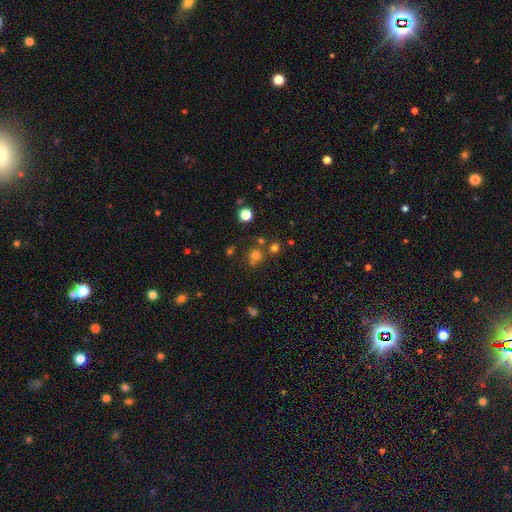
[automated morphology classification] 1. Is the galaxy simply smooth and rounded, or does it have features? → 67% smooth, 24% star or artifact, 8% featured or disk.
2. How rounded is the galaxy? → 88% round, 11% in between, 1% cigar-shaped.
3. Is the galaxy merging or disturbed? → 69% none, 18% merger, 9% minor disturbance, 4% major disturbance.